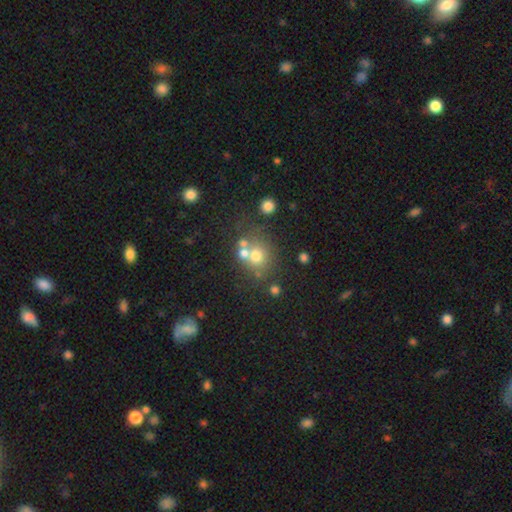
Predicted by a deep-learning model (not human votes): Smooth or featured?
  - smooth: 65% *
  - featured or disk: 18%
  - star or artifact: 18%
How rounded?
  - round: 81% *
  - in between: 18%
  - cigar-shaped: 1%
Merging?
  - none: 52% *
  - merger: 32%
  - minor disturbance: 10%
  - major disturbance: 6%